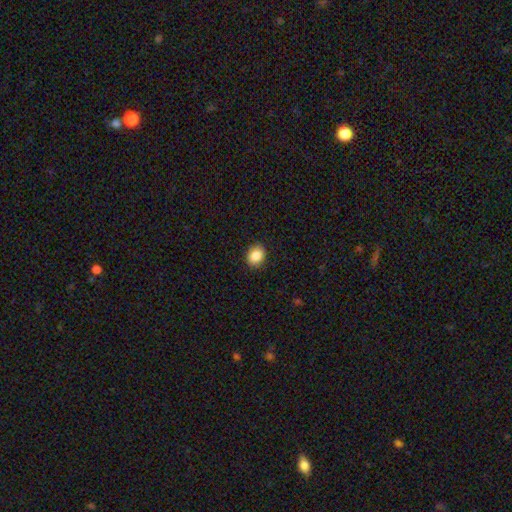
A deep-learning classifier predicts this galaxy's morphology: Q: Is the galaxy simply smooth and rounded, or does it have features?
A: smooth — 88%.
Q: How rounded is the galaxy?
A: round — 52%.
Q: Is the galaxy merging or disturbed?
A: none — 89%.